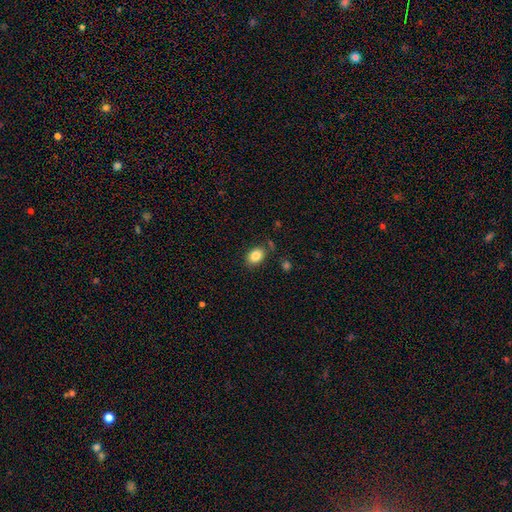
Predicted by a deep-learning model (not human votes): Smooth or featured? Predicted: smooth (p=0.85). How rounded? Predicted: in between (p=0.71). Merging? Predicted: none (p=0.80).